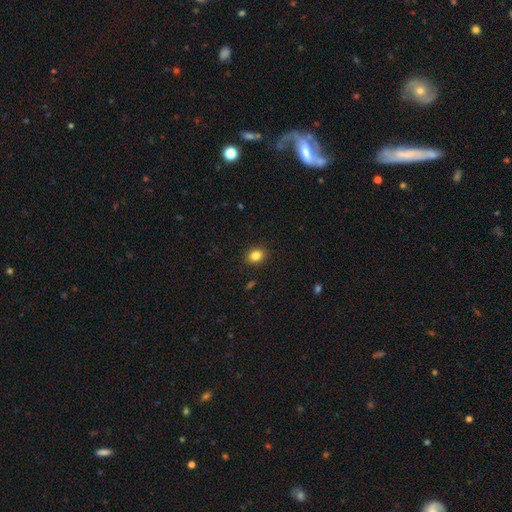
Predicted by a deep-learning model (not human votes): The model was most divided on "how rounded": round: 54%, in between: 45%, cigar-shaped: 1%. More confident: merging — none (90%); smooth or featured — smooth (84%).